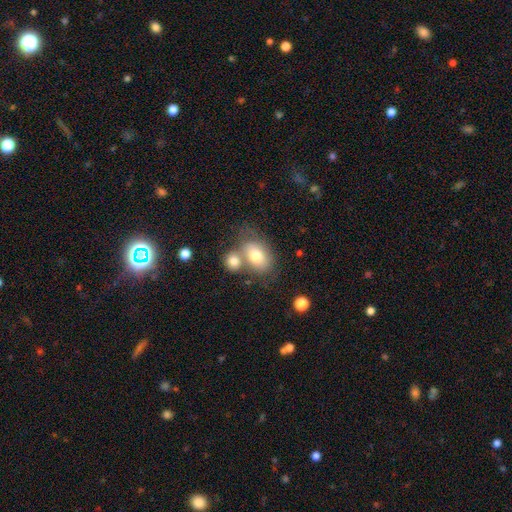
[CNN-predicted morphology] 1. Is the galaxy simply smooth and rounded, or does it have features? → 74% smooth, 18% featured or disk, 8% star or artifact.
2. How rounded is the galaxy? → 78% in between, 21% round, 2% cigar-shaped.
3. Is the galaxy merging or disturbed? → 43% merger, 37% none, 13% minor disturbance, 6% major disturbance.